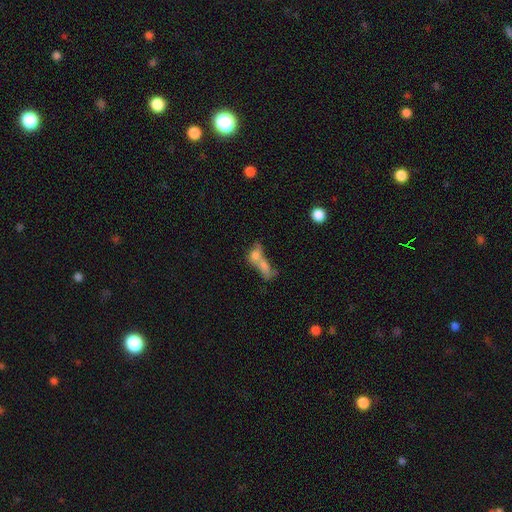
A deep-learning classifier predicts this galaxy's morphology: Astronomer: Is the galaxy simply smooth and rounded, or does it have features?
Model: smooth — 62%.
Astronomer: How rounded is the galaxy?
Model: in between — 59%.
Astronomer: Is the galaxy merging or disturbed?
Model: merger — 69%.